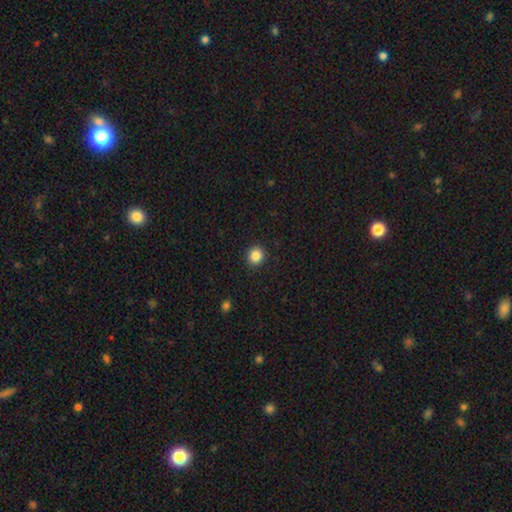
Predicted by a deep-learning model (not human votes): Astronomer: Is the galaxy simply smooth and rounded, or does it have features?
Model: smooth — 85%.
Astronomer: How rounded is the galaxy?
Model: round — 87%.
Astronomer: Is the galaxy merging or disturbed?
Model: none — 92%.